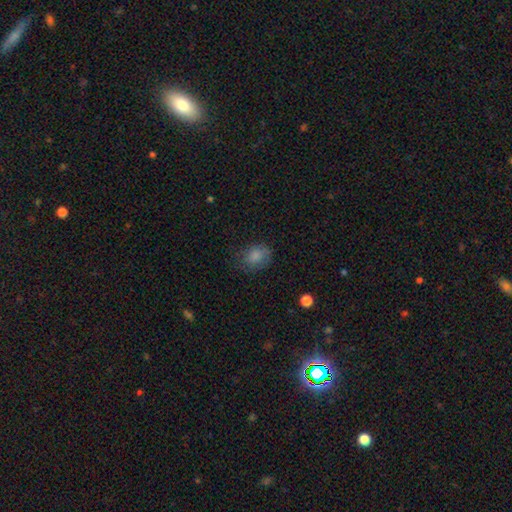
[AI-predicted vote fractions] Smooth or featured? Predicted: smooth (p=0.83). How rounded? Predicted: in between (p=0.52). Merging? Predicted: none (p=0.68).